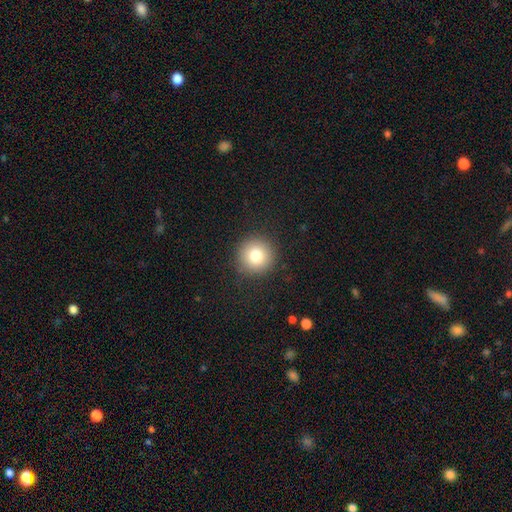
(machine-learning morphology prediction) Smooth or featured? Predicted: smooth (p=0.80). How rounded? Predicted: round (p=0.95). Merging? Predicted: none (p=0.90).